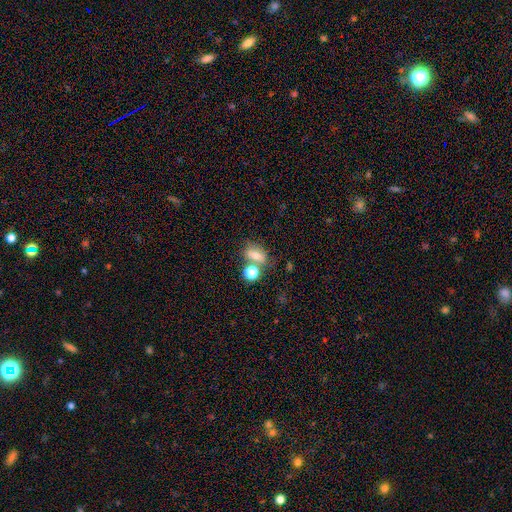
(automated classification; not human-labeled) This is likely a smooth galaxy (69%). How rounded: likely in between (69%). Merging: marginally none (45%).